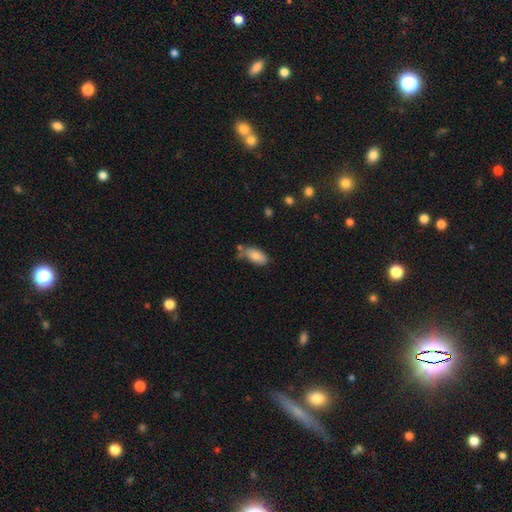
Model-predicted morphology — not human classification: Smooth or featured: smooth — 84% (featured or disk — 9%)
How rounded: in between — 90% (cigar-shaped — 8%)
Merging: none — 58% (minor disturbance — 24%)